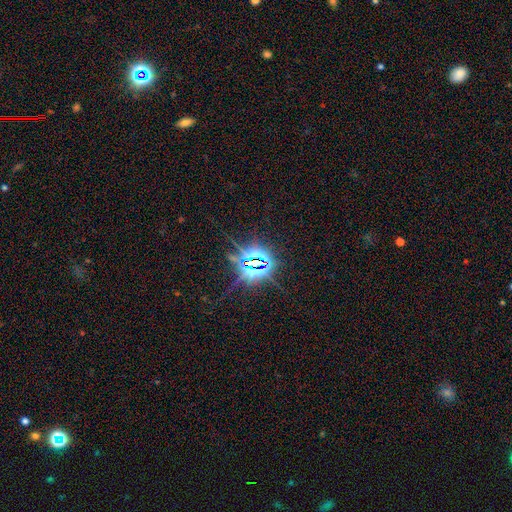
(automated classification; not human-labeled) star or artifact 83%, featured or disk 10%, smooth 8%.